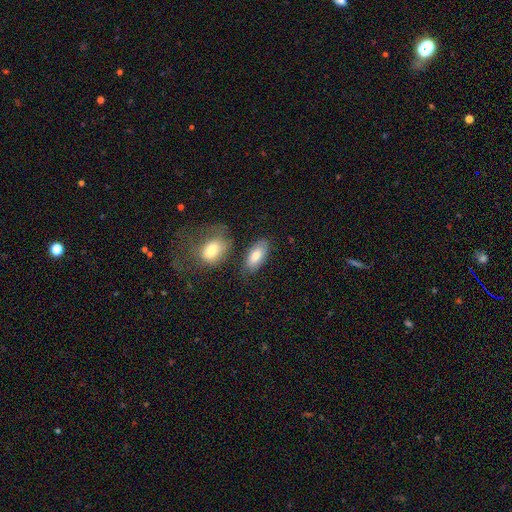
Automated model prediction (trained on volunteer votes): Overall: smooth (77%). How rounded: in between (90%). Merging: none (70%).